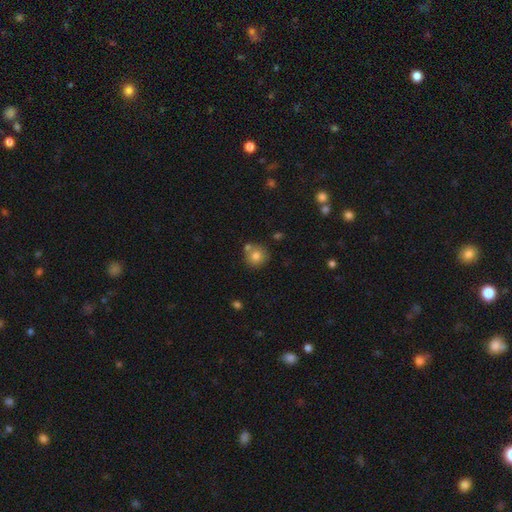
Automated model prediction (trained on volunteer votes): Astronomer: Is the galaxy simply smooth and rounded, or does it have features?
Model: smooth — 78%.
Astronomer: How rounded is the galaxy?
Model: round — 91%.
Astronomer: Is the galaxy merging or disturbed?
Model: none — 67%.